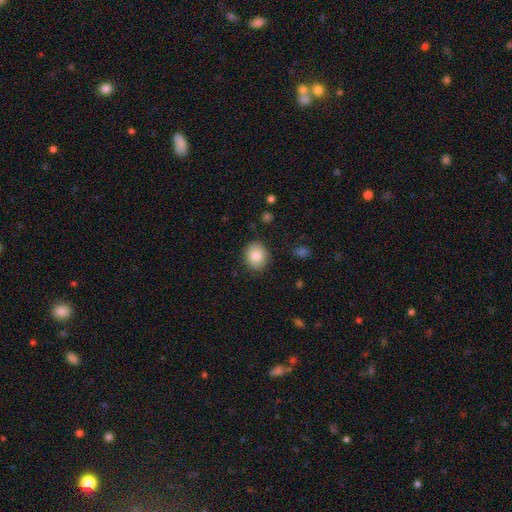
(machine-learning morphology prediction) Smooth or featured? Predicted: smooth (p=0.81). How rounded? Predicted: round (p=0.66). Merging? Predicted: none (p=0.87).